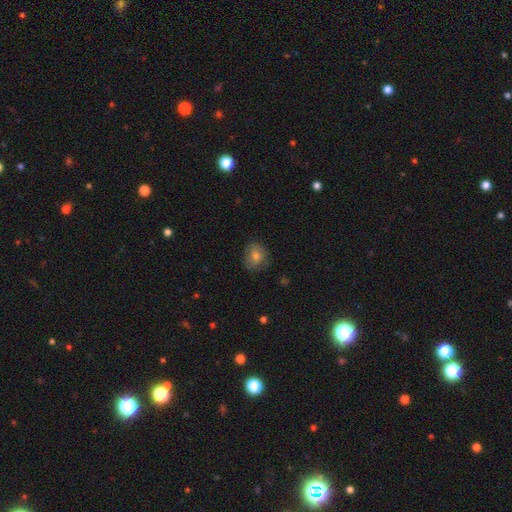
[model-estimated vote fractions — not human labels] Smooth or featured? smooth (71%)
How rounded? round (65%)
Merging? none (78%)